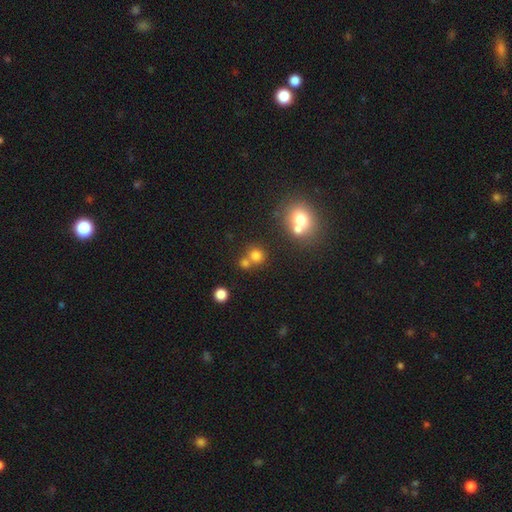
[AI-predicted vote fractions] smooth-or-featured: smooth: 74% | star or artifact: 16% | featured or disk: 10%
  how-rounded: round: 87% | in between: 12% | cigar-shaped: 1%
  merging: none: 56% | merger: 33% | minor disturbance: 7% | major disturbance: 4%